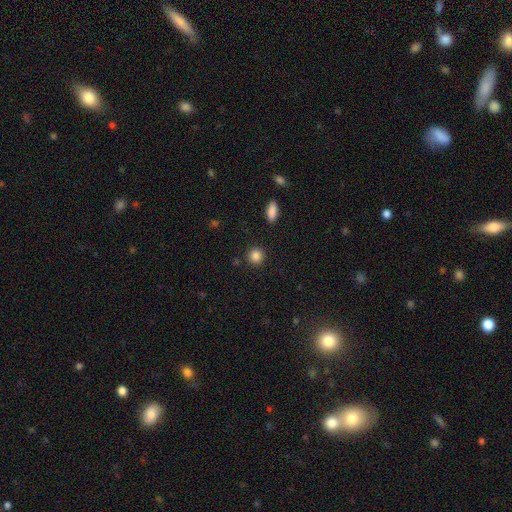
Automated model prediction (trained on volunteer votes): Smooth or featured? Predicted: smooth (p=0.85). How rounded? Predicted: round (p=0.91). Merging? Predicted: none (p=0.90).